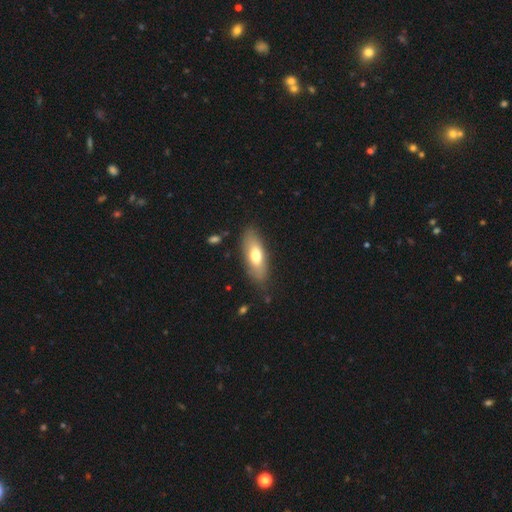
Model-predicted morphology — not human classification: Smooth or featured? Predicted: smooth (p=0.67). How rounded? Predicted: in between (p=0.73). Merging? Predicted: none (p=0.81).